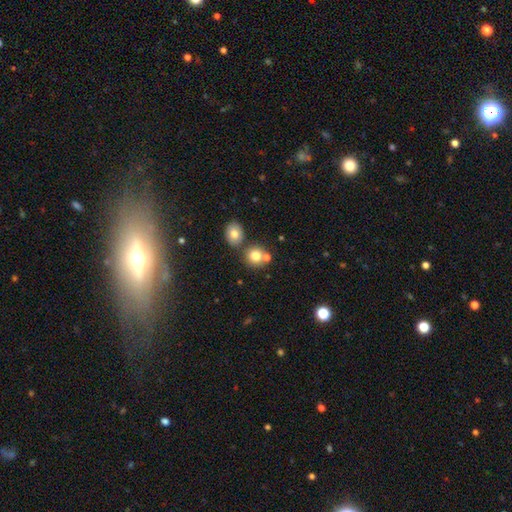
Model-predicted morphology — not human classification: This is likely a smooth galaxy (78%). How rounded: clearly round (83%). Merging: possibly none (59%).